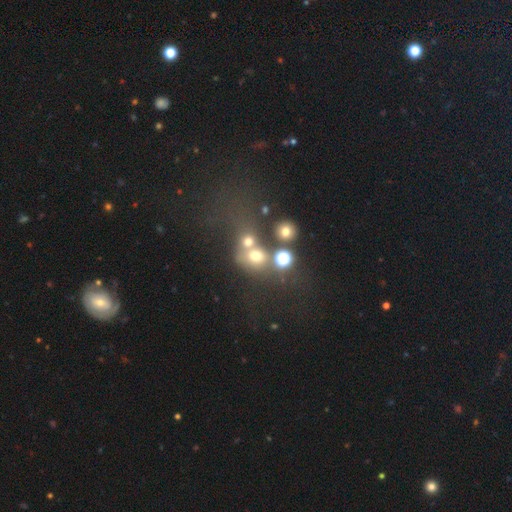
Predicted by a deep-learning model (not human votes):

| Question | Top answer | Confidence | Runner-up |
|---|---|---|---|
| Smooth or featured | smooth | 65% | star or artifact (22%) |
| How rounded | round | 73% | in between (25%) |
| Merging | none | 43% | merger (40%) |